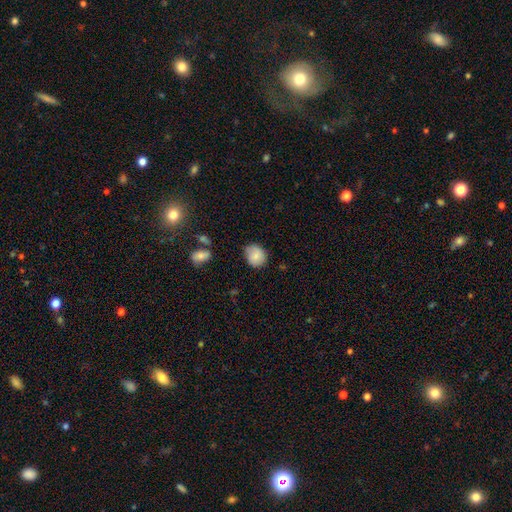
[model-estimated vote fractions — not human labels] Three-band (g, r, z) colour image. It shows a smooth galaxy with no disk features (82%) that is round (69%). Merging: none (70%).